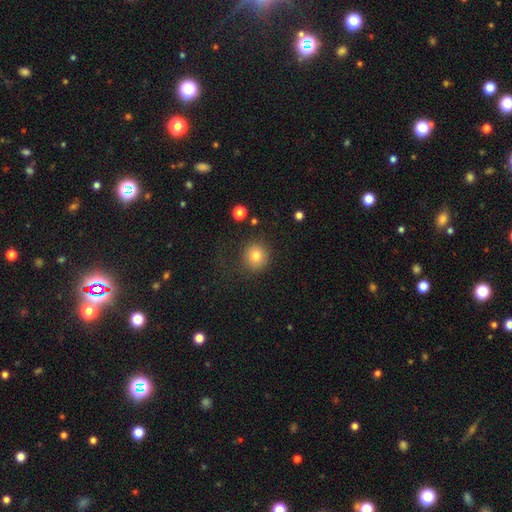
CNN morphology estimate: This is clearly a smooth galaxy (81%). How rounded: clearly round (91%). Merging: clearly none (83%).